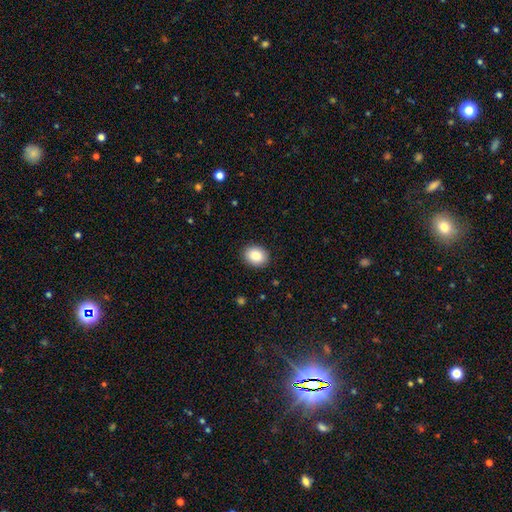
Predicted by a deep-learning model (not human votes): This appears to be a smooth galaxy with no disk features (88%) that is in between round and cigar-shaped (58%). Merging: none (89%).